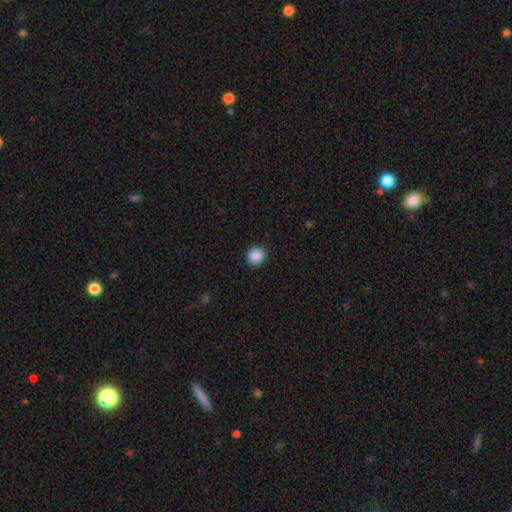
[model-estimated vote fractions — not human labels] Smooth or featured? Predicted: smooth (p=0.89). How rounded? Predicted: round (p=0.88). Merging? Predicted: none (p=0.91).